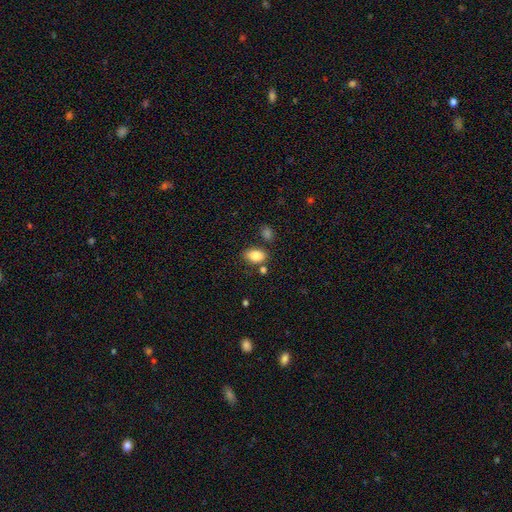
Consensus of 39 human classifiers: smooth_or_featured: smooth (p=0.87) [alt: featured or disk p=0.08]
how_rounded: in between (p=0.88) [alt: round p=0.09]
merging: none (p=0.70) [alt: minor disturbance p=0.16]